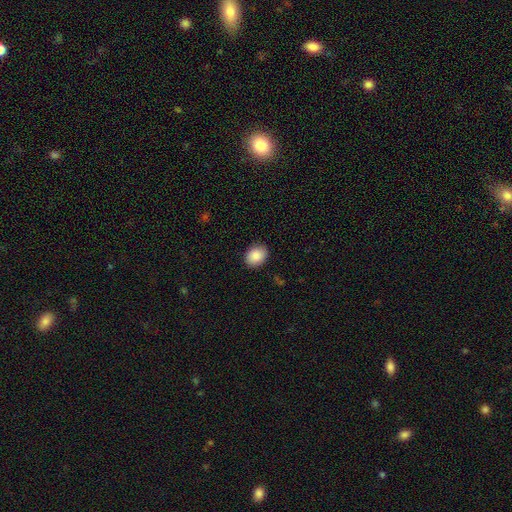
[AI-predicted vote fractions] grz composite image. It shows a smooth galaxy with no disk features (88%) that is in between round and cigar-shaped (62%). Merging: none (88%).